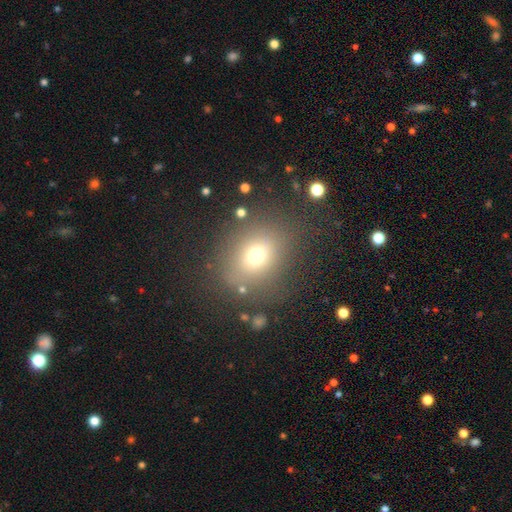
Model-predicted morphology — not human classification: smooth-or-featured: smooth: 69% | star or artifact: 18% | featured or disk: 14%
  how-rounded: round: 65% | in between: 34% | cigar-shaped: 1%
  merging: none: 77% | minor disturbance: 12% | major disturbance: 8% | merger: 3%